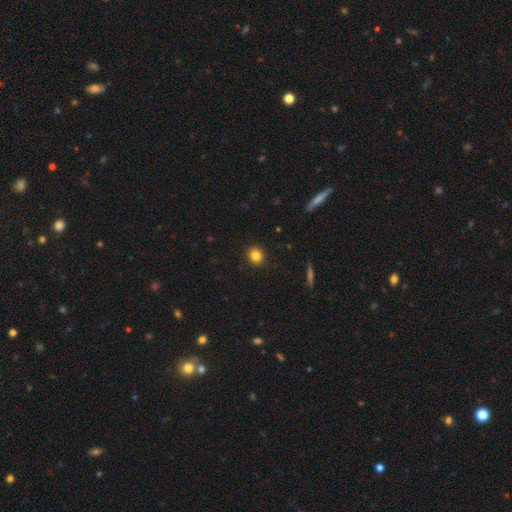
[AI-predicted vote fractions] Smooth or featured? smooth (83%)
How rounded? round (87%)
Merging? none (92%)